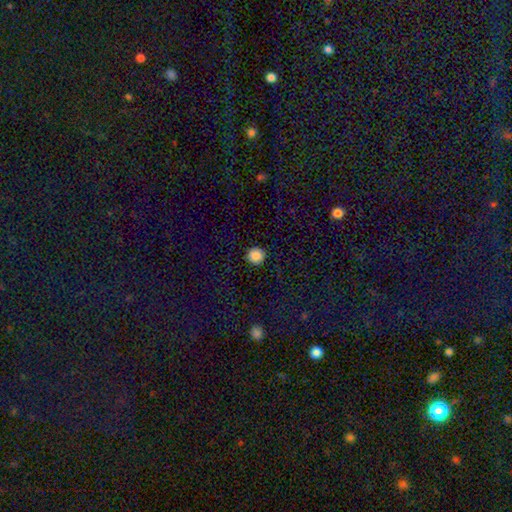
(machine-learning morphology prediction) The model was most divided on "smooth or featured": smooth: 87%, star or artifact: 10%, featured or disk: 3%. More confident: how rounded — round (95%); merging — none (93%).